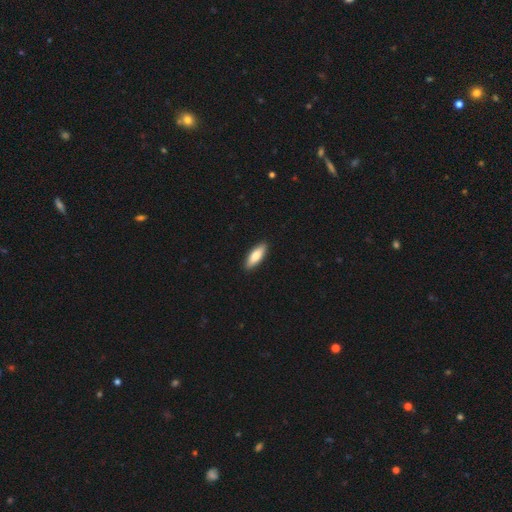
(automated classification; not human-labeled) Morphology: type=smooth (79%); roundness=in between (63%); merging=none (91%).